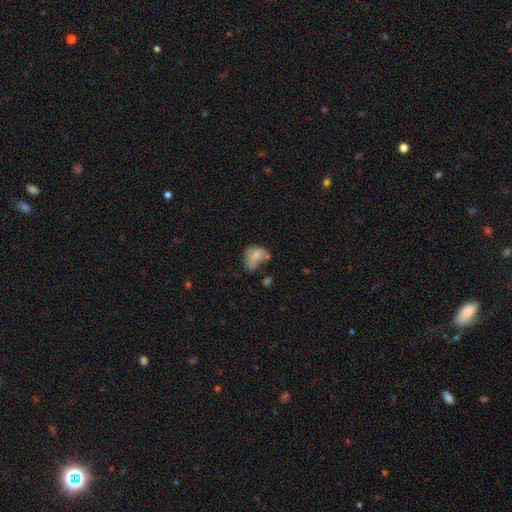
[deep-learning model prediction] smooth-or-featured: smooth: 66% | featured or disk: 24% | star or artifact: 10%
  how-rounded: in between: 62% | round: 37% | cigar-shaped: 1%
  merging: minor disturbance: 32% | none: 31% | major disturbance: 22% | merger: 15%